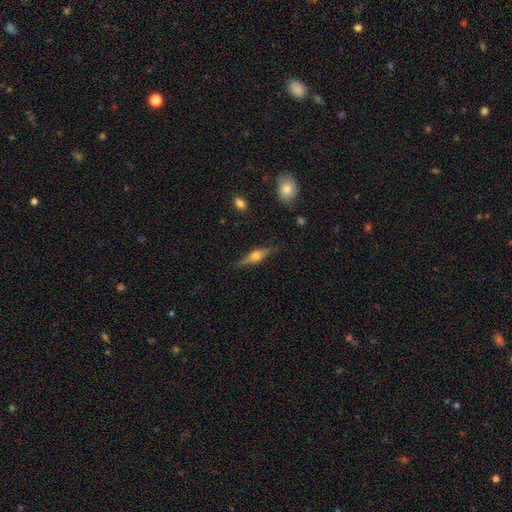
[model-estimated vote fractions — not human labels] This appears to be a featured or disk galaxy (73%) viewed edge-on (96%) with a rounded central bulge (91%). Merging: none (83%).